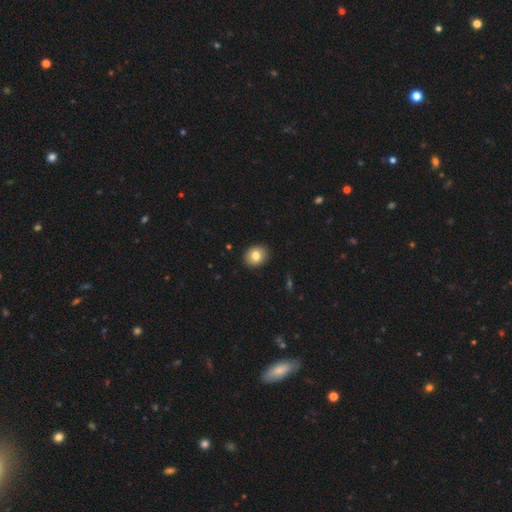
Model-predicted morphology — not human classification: A smooth galaxy with no disk features (80%) that is round (54%). Merging: none (91%).